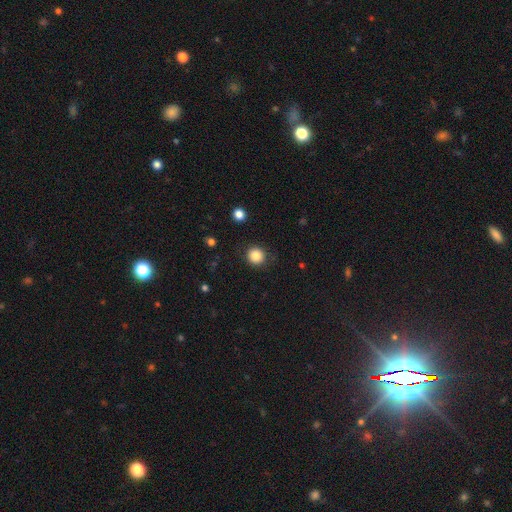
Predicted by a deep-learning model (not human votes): Smooth or featured: smooth — 85% (star or artifact — 10%)
How rounded: round — 92% (in between — 7%)
Merging: none — 89% (minor disturbance — 8%)